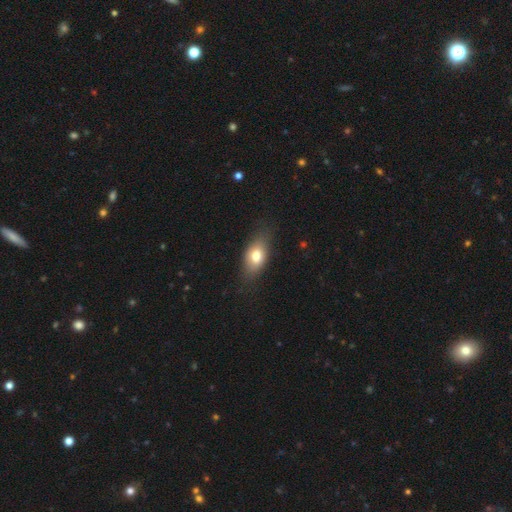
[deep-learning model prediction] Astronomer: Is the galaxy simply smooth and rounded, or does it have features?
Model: smooth — 74%.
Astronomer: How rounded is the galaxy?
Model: in between — 84%.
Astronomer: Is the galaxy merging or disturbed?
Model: none — 76%.